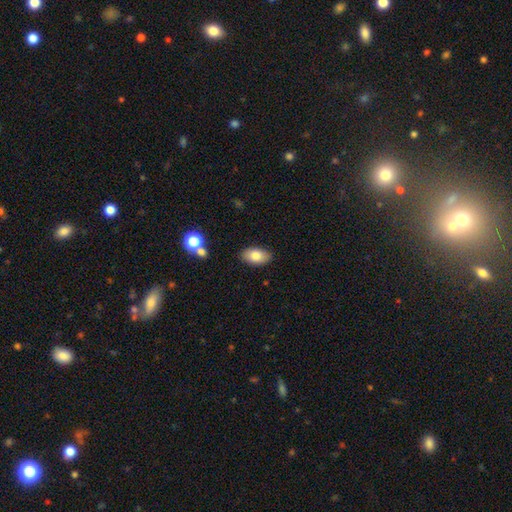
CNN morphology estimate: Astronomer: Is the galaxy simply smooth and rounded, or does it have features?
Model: smooth — 81%.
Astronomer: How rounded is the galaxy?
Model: in between — 93%.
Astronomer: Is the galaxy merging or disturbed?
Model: none — 86%.